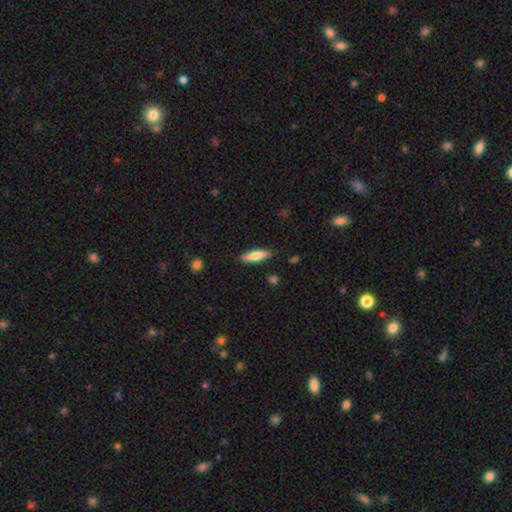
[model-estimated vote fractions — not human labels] Smooth or featured?
  - smooth: 74% *
  - featured or disk: 21%
  - star or artifact: 6%
How rounded?
  - cigar-shaped: 63% *
  - in between: 35%
  - round: 2%
Merging?
  - none: 86% *
  - minor disturbance: 10%
  - major disturbance: 2%
  - merger: 1%